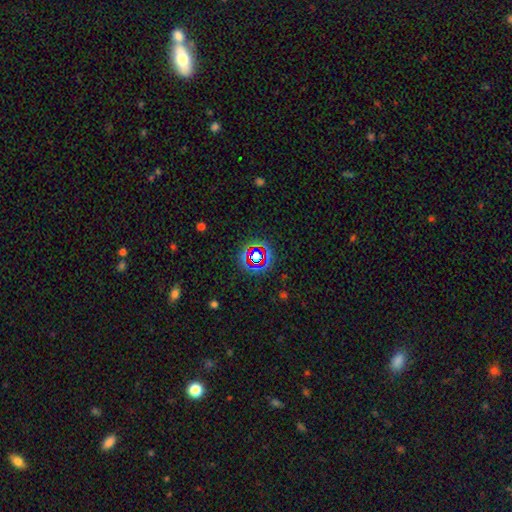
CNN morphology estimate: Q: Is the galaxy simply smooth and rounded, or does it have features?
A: star or artifact — 65%.